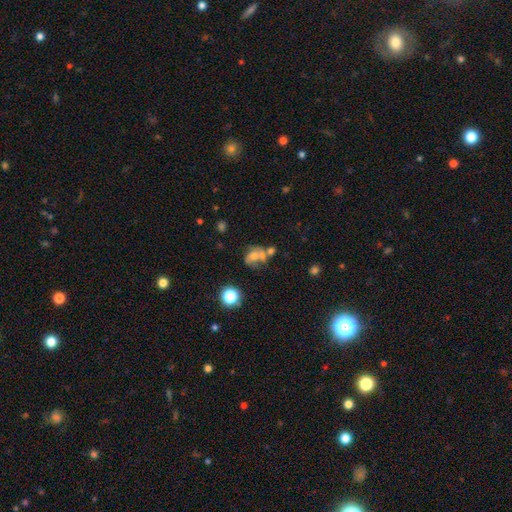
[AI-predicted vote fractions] This is possibly a smooth galaxy (48%). Merging: marginally merger (40%).